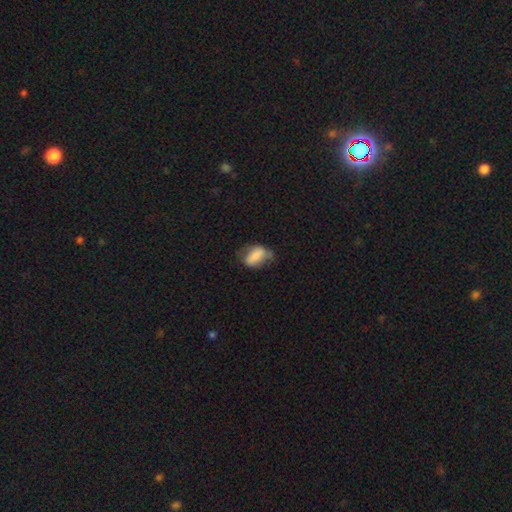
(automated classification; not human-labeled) Morphology: type=smooth (70%); roundness=in between (86%); merging=none (44%).